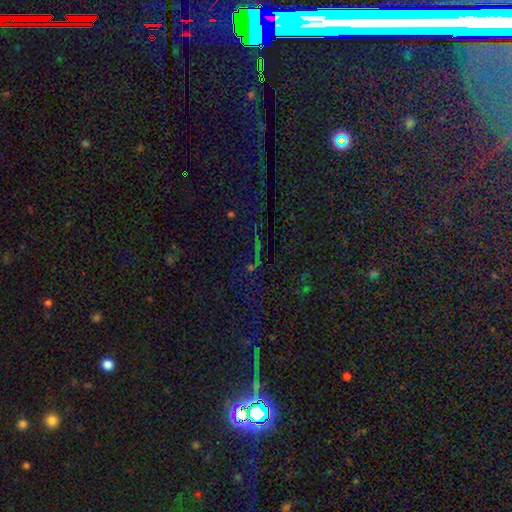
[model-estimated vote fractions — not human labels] The model was most divided on "smooth or featured": star or artifact: 79%, smooth: 12%, featured or disk: 9%.